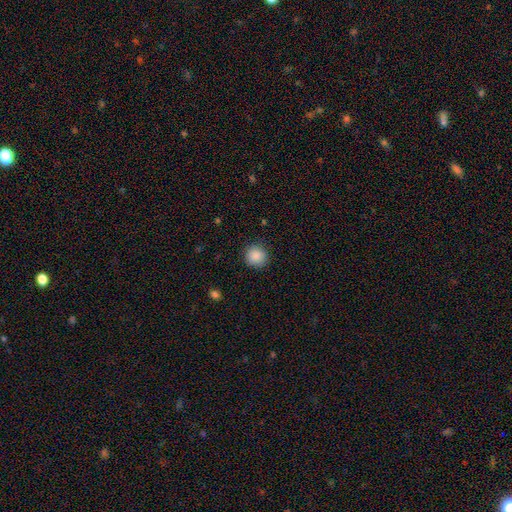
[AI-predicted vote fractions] Overall: smooth (88%). How rounded: round (93%). Merging: none (89%).